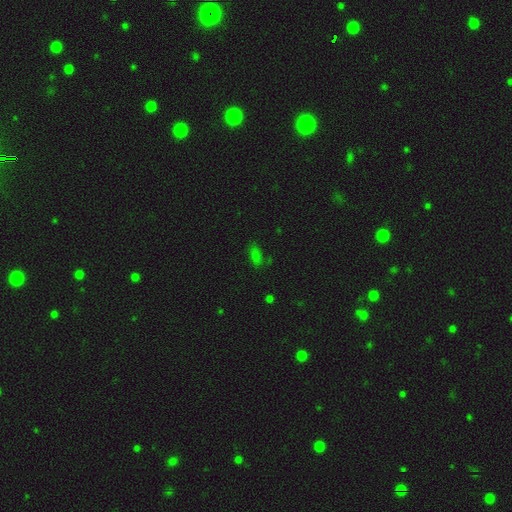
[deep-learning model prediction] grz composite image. It shows a smooth galaxy with no disk features (71%) that is in between round and cigar-shaped (80%). Merging: none (73%).